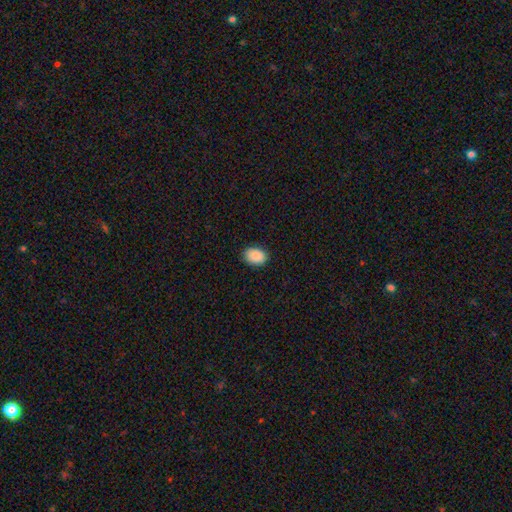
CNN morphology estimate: smooth-or-featured: smooth: 89% | star or artifact: 7% | featured or disk: 4%
  how-rounded: in between: 75% | round: 24% | cigar-shaped: 1%
  merging: none: 87% | minor disturbance: 10% | major disturbance: 2% | merger: 1%